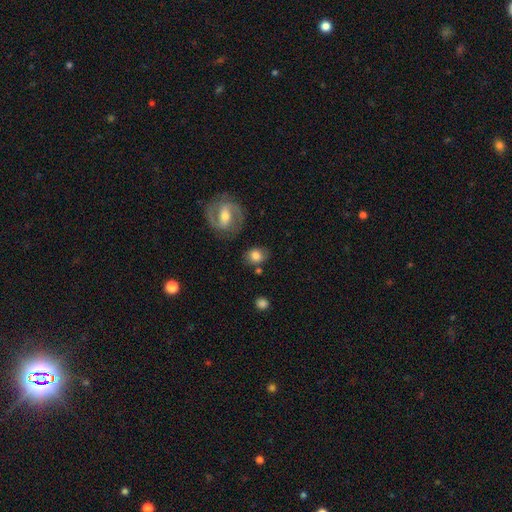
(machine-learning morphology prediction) Smooth or featured? Predicted: smooth (p=0.70). How rounded? Predicted: round (p=0.54). Merging? Predicted: none (p=0.74).